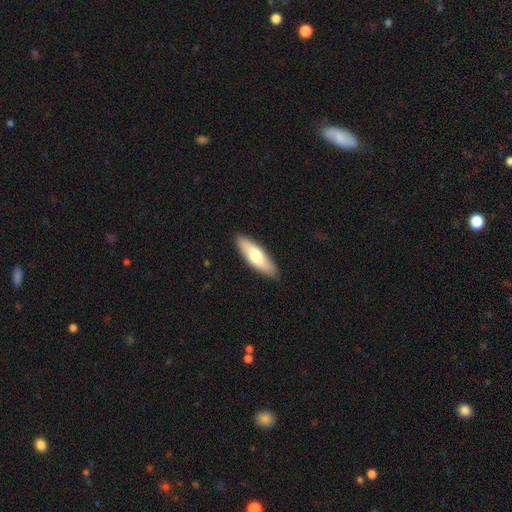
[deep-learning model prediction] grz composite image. It shows a smooth galaxy with no disk features (67%) that is in between round and cigar-shaped (51%). Merging: none (88%).